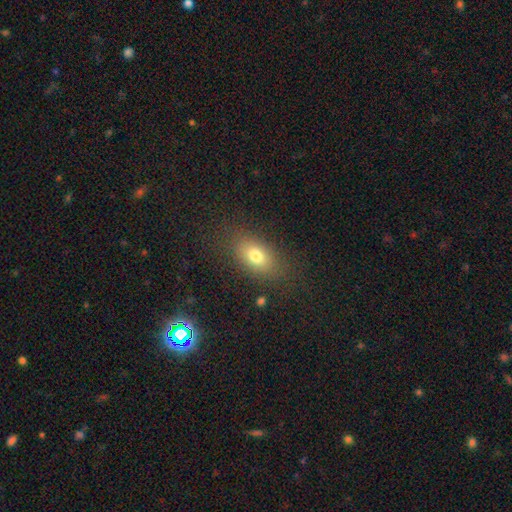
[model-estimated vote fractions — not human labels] Overall: smooth (76%). How rounded: in between (85%). Merging: none (81%).